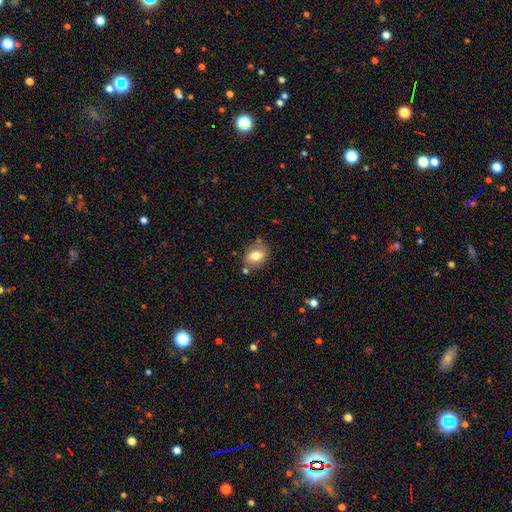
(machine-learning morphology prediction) A smooth galaxy with no disk features (73%) that is in between round and cigar-shaped (65%). Merging: none (69%).